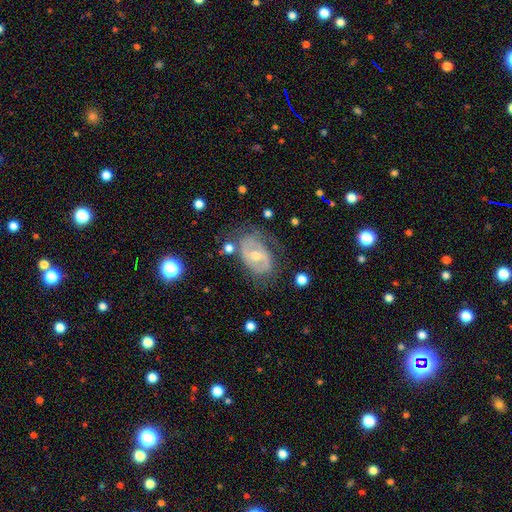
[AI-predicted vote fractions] Smooth or featured? Predicted: featured or disk (p=0.76). Edge-on disk? Predicted: no (p=0.95). Bar? Predicted: no (p=0.41). Spiral arms? Predicted: yes (p=0.75). Spiral winding? Predicted: tight (p=0.42). Spiral arm count? Predicted: 2 (p=0.62). Bulge size? Predicted: moderate (p=0.58). Merging? Predicted: none (p=0.60).